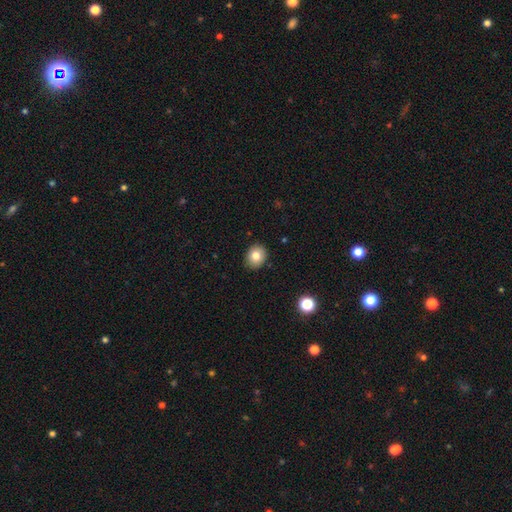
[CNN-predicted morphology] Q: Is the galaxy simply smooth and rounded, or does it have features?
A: smooth — 81%.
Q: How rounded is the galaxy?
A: round — 60%.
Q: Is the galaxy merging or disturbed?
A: none — 89%.